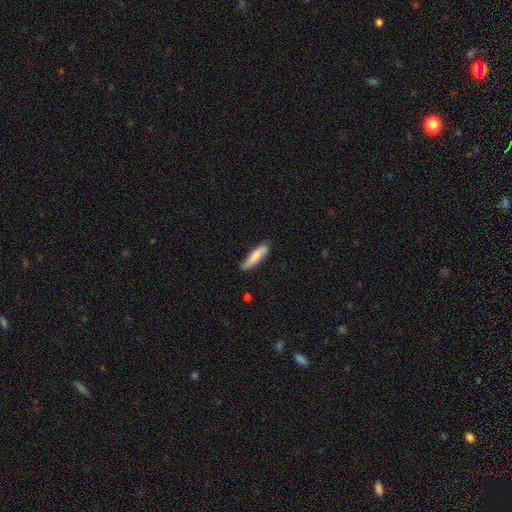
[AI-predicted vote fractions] smooth_or_featured: smooth (p=0.72) [alt: featured or disk p=0.22]
how_rounded: cigar-shaped (p=0.71) [alt: in between p=0.28]
merging: none (p=0.71) [alt: minor disturbance p=0.22]